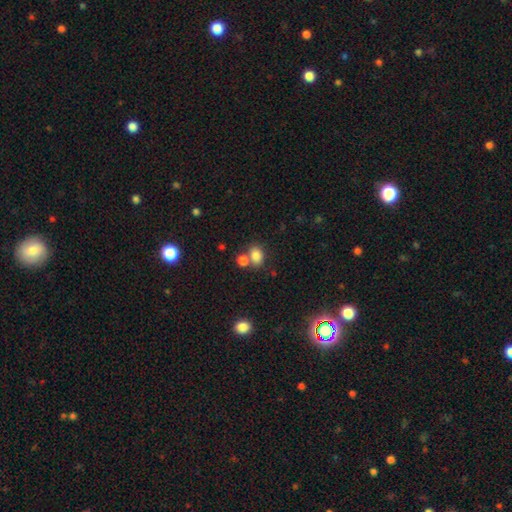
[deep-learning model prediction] Smooth or featured? Predicted: smooth (p=0.81). How rounded? Predicted: in between (p=0.66). Merging? Predicted: none (p=0.54).